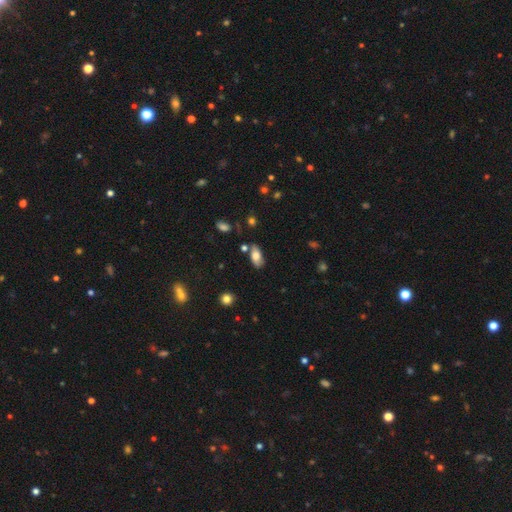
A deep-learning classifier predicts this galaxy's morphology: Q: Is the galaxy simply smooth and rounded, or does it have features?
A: smooth — 74%.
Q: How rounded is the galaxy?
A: in between — 91%.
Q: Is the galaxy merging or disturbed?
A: none — 72%.